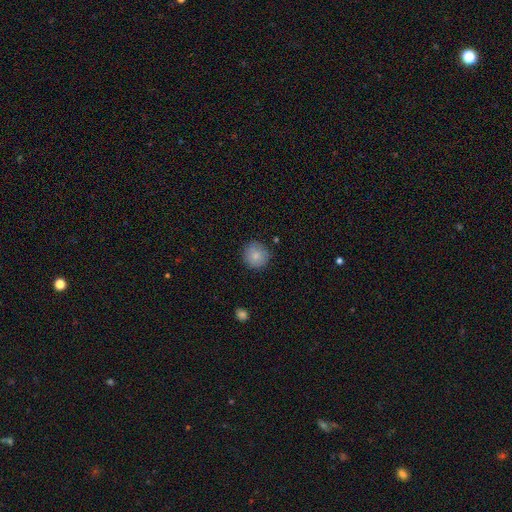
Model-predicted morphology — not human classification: Overall: smooth (84%). How rounded: round (93%). Merging: none (85%).